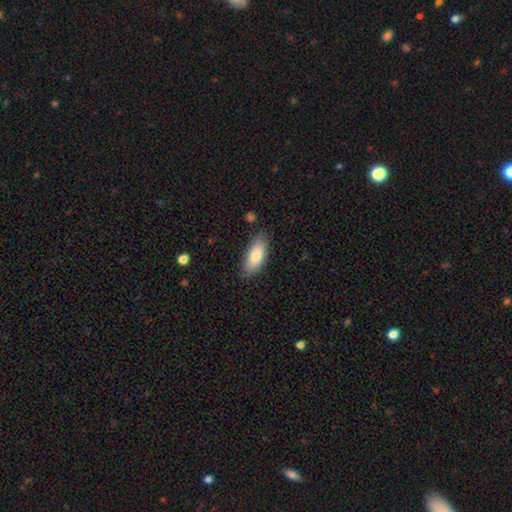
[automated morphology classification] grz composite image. It shows a smooth galaxy with no disk features (79%) that is in between round and cigar-shaped (81%). Merging: none (80%).